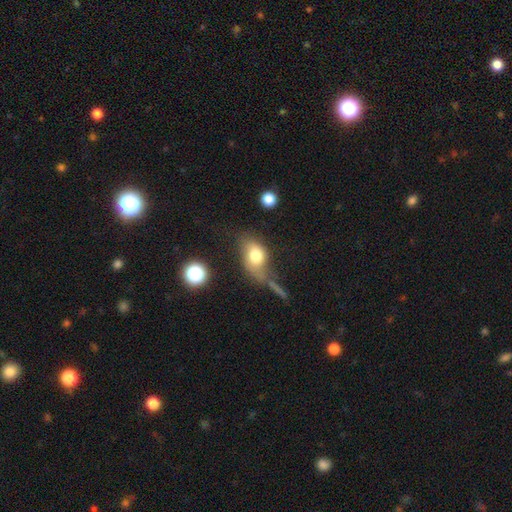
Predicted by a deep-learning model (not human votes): A smooth galaxy with no disk features (75%) that is in between round and cigar-shaped (80%).

Vote fractions:
- Smooth or featured? smooth: 75% / featured or disk: 16% / star or artifact: 9%
- How rounded? in between: 80% / round: 18% / cigar-shaped: 2%
- Merging? none: 41% / minor disturbance: 22% / major disturbance: 20% / merger: 17%